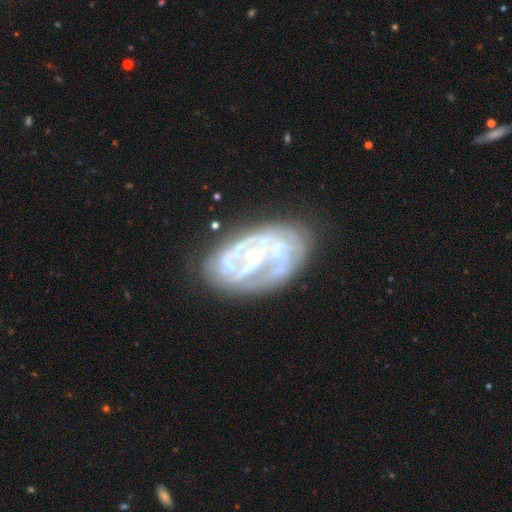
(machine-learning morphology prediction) A featured or disk galaxy (78%) with no bar (64%), tight (56%) spiral arms (69%) and a small central bulge (48%).

Vote fractions:
- Smooth or featured? featured or disk: 78% / smooth: 13% / star or artifact: 8%
- Edge-on disk? no: 97% / yes: 3%
- Bar? no: 64% / weak: 25% / strong: 11%
- Spiral arms? yes: 69% / no: 31%
- Spiral winding? tight: 56% / medium: 31% / loose: 13%
- Spiral arm count? can't tell: 44% / 2: 25% / 3: 13% / 1: 7% / 4: 5% / more than 4: 5%
- Bulge size? small: 48% / none: 28% / moderate: 19% / large: 3% / dominant: 2%
- Merging? none: 58% / minor disturbance: 21% / major disturbance: 16% / merger: 5%